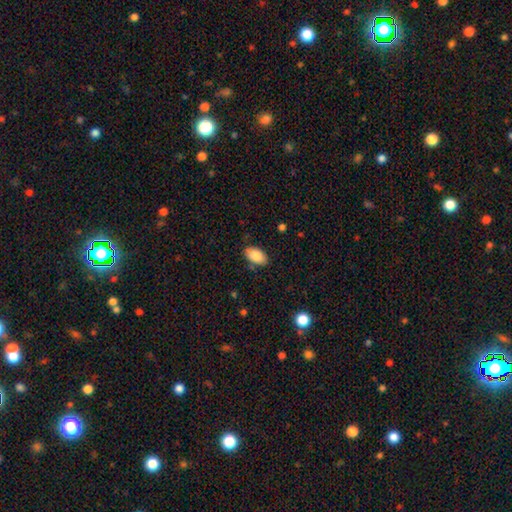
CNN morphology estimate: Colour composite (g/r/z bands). It shows a smooth galaxy with no disk features (86%) that is in between round and cigar-shaped (94%). Merging: none (84%).